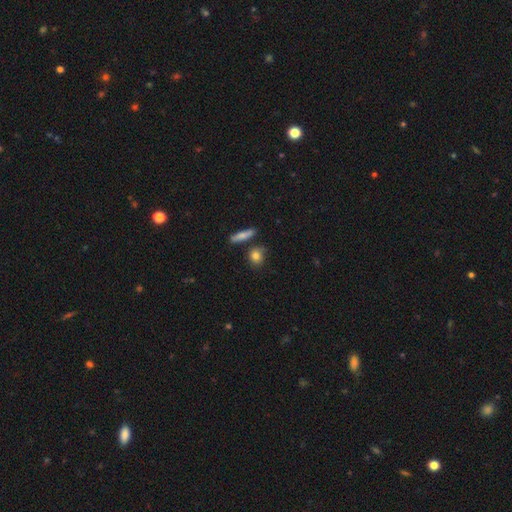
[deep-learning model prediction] The model was most divided on "how rounded": round: 63%, in between: 28%, cigar-shaped: 9%. More confident: smooth or featured — smooth (82%); merging — none (73%).